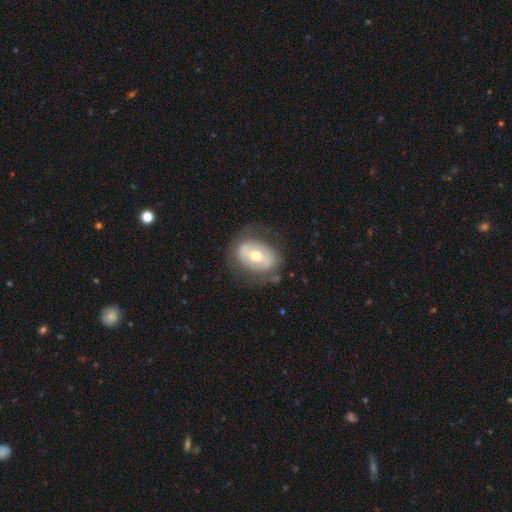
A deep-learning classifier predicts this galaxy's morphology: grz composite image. It shows a featured or disk galaxy (61%) with a weak bar (35%), no spiral arms (61%) and a moderate central bulge (69%). Merging: none (71%).